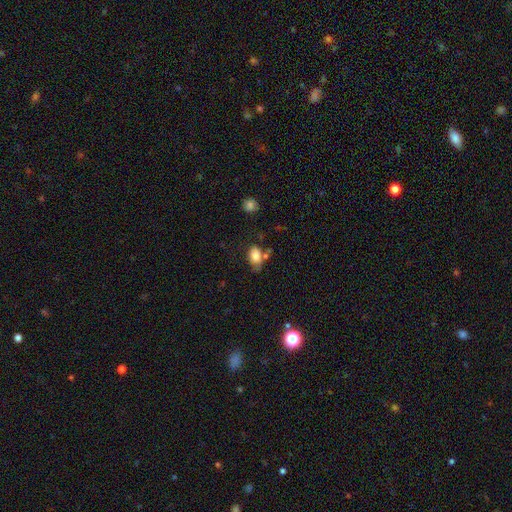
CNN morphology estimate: This appears to be a smooth galaxy with no disk features (82%) that is in between round and cigar-shaped (86%). Merging: none (49%).